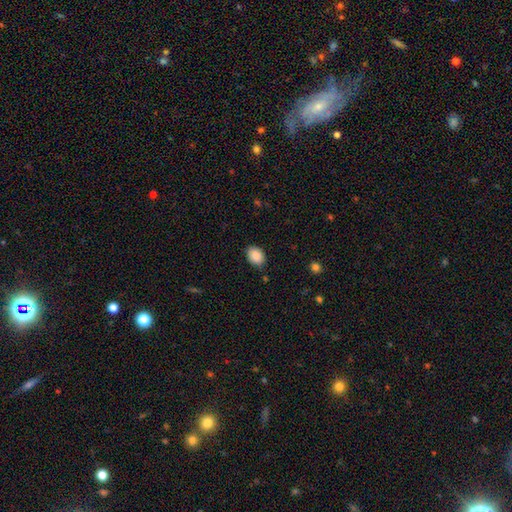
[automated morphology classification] smooth 89%, star or artifact 8%, featured or disk 4%. Down the decision tree: how rounded — in between (70%); merging — none (85%).